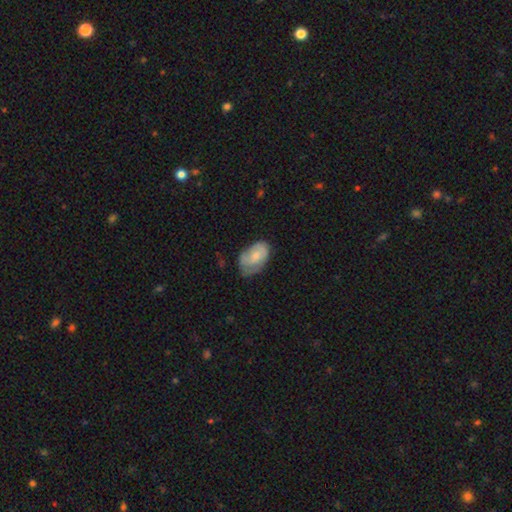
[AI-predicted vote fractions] The model was most divided on "merging": none: 49%, minor disturbance: 36%, major disturbance: 13%, merger: 2%. More confident: how rounded — in between (90%); smooth or featured — smooth (58%).